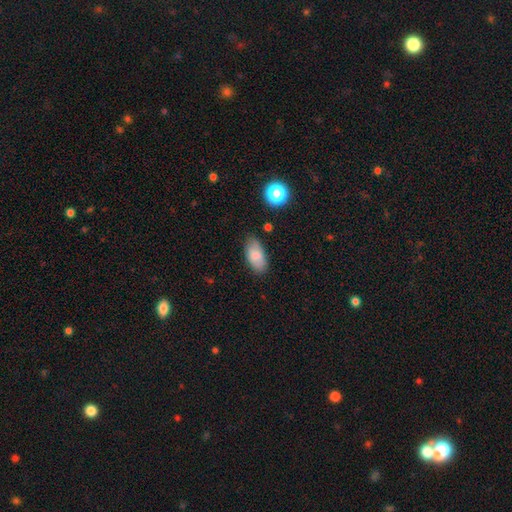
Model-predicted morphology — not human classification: The model was most divided on "merging": none: 79%, minor disturbance: 15%, major disturbance: 3%, merger: 2%. More confident: how rounded — in between (92%); smooth or featured — smooth (80%).